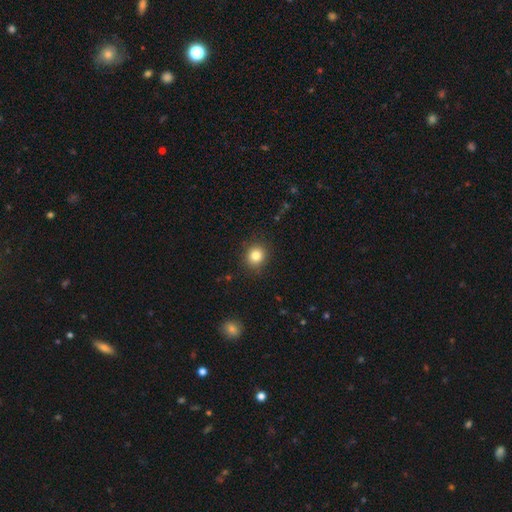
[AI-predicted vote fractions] Smooth or featured? smooth (82%)
How rounded? round (83%)
Merging? none (89%)